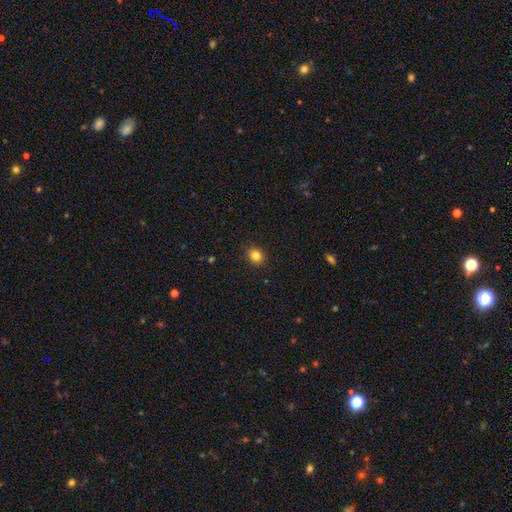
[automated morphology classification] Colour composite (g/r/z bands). It shows a smooth galaxy with no disk features (82%) that is round (72%). Merging: none (90%).